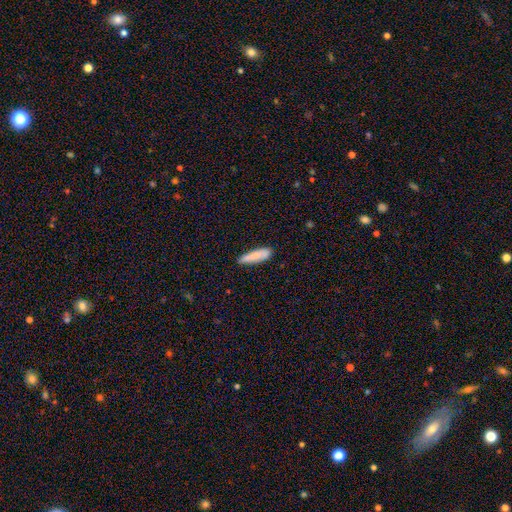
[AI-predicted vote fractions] smooth 84%, featured or disk 10%, star or artifact 6%. Down the decision tree: how rounded — cigar-shaped (76%); merging — none (79%).